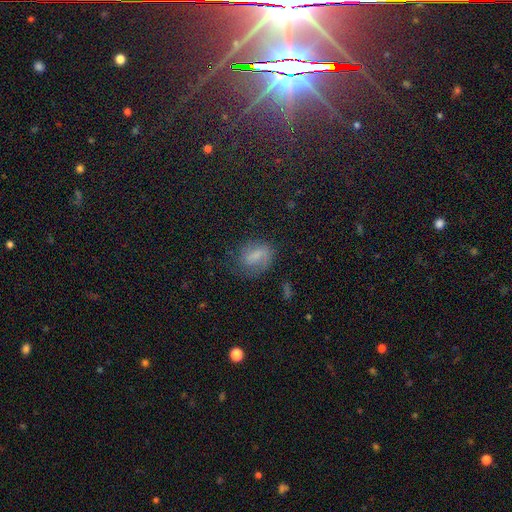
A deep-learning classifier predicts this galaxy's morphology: smooth-or-featured: smooth: 42% (tied) | featured or disk: 42% (tied) | star or artifact: 16%
  merging: none: 62% | minor disturbance: 22% | major disturbance: 13% | merger: 2%